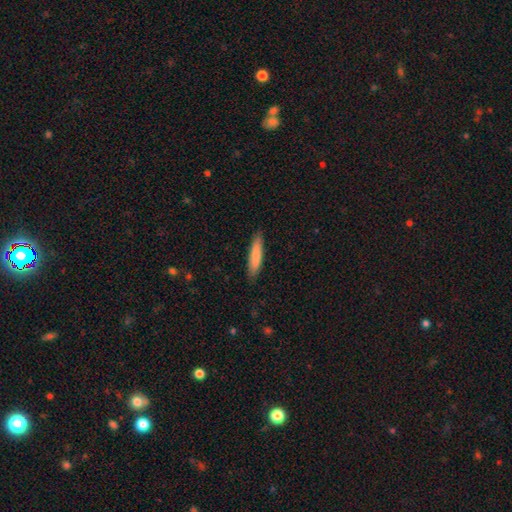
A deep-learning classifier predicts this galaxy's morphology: The model was most divided on "smooth or featured": smooth: 82%, featured or disk: 12%, star or artifact: 5%. More confident: merging — none (87%); how rounded — cigar-shaped (85%).